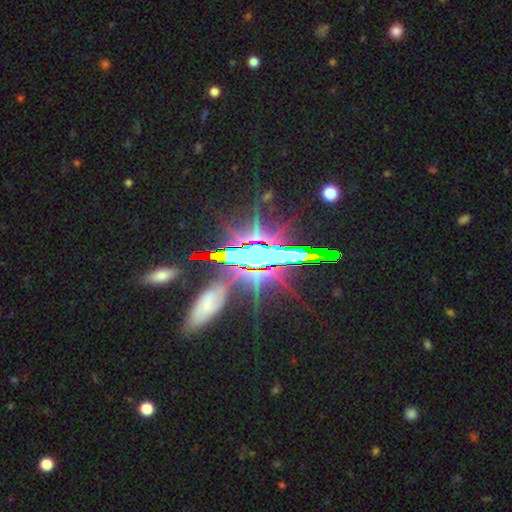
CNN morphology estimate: A star or artifact, not a galaxy (74%).

Vote fractions:
- Smooth or featured? star or artifact: 74% / featured or disk: 16% / smooth: 10%